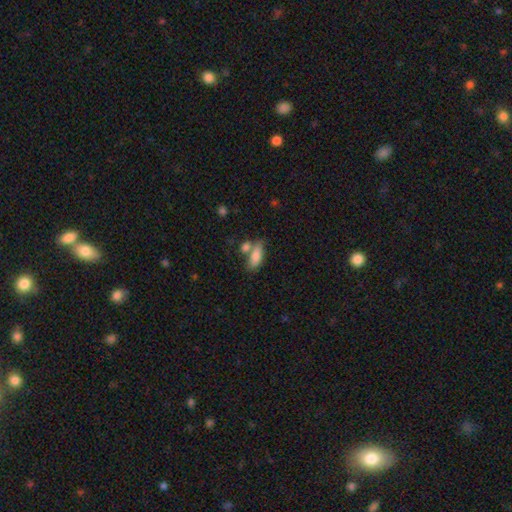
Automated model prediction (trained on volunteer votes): Smooth or featured: smooth — 81% (featured or disk — 12%)
How rounded: in between — 75% (cigar-shaped — 22%)
Merging: none — 49% (merger — 30%)